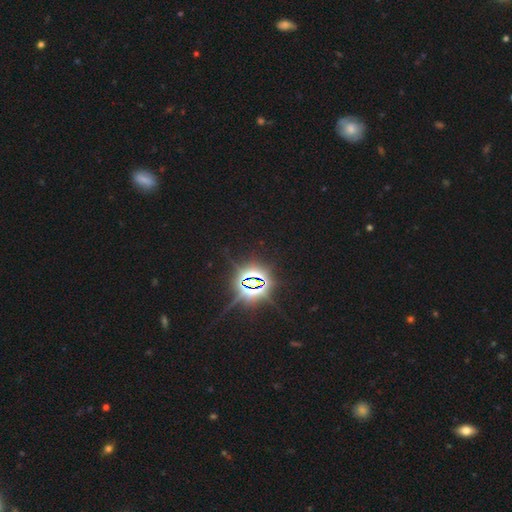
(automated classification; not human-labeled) This appears to be a star or artifact, not a galaxy (84%).